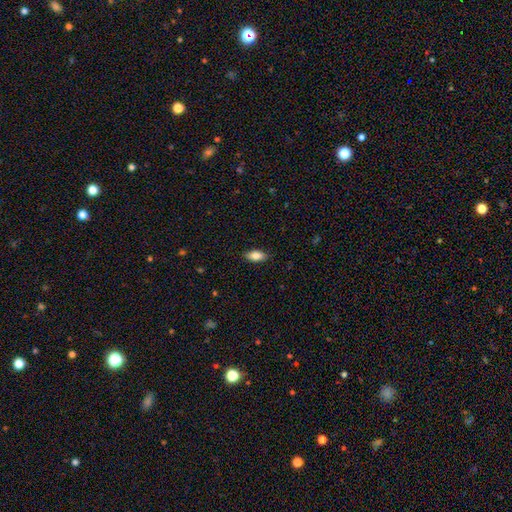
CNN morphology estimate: The model was most divided on "smooth or featured": smooth: 84%, featured or disk: 9%, star or artifact: 7%. More confident: how rounded — in between (88%); merging — none (87%).